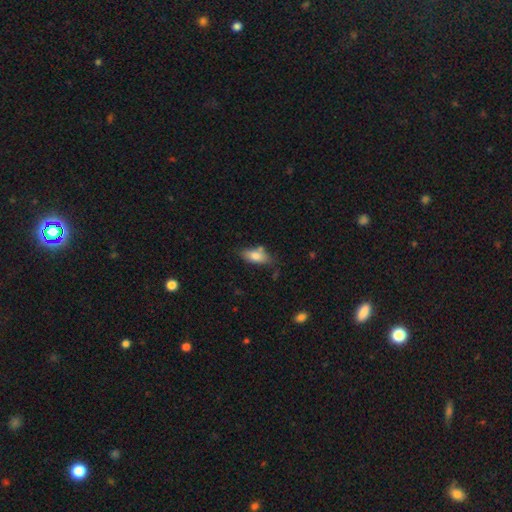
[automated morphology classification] Smooth or featured?
  - smooth: 77% *
  - featured or disk: 15%
  - star or artifact: 7%
How rounded?
  - in between: 82% *
  - cigar-shaped: 15%
  - round: 3%
Merging?
  - none: 65% *
  - minor disturbance: 21%
  - merger: 9%
  - major disturbance: 5%